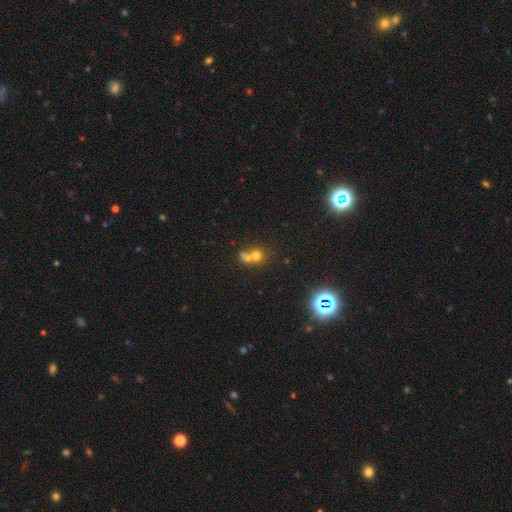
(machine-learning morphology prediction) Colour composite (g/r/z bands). It shows a smooth galaxy with no disk features (66%) that is round (77%). Merging: merger (60%).